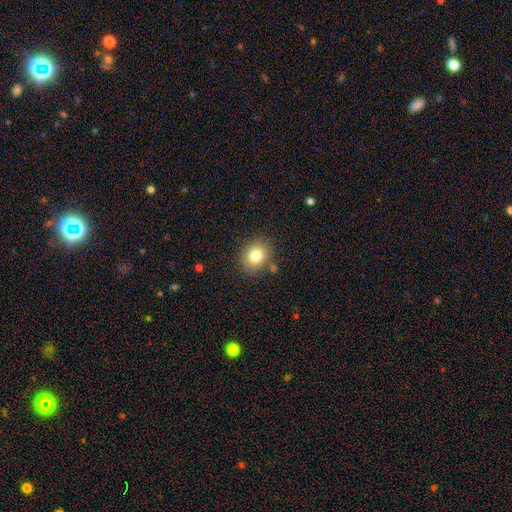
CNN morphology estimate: This is likely a smooth galaxy (80%). How rounded: likely round (61%). Merging: clearly none (82%).